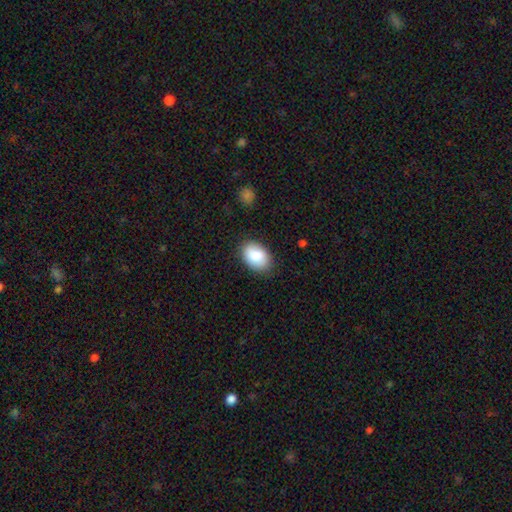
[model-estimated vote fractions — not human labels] smooth-or-featured: smooth: 85% | featured or disk: 9% | star or artifact: 6%
  how-rounded: in between: 86% | round: 13% | cigar-shaped: 1%
  merging: none: 85% | minor disturbance: 12% | major disturbance: 3% | merger: 1%